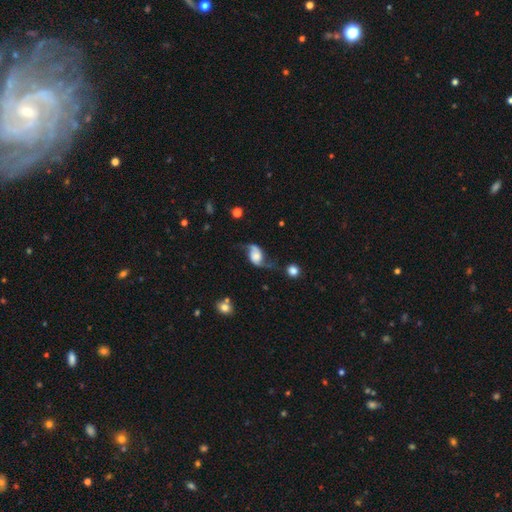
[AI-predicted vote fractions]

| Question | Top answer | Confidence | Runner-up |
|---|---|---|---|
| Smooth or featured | featured or disk | 81% | smooth (12%) |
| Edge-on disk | no | 96% | yes (4%) |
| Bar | no | 62% | weak (30%) |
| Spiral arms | yes | 95% | no (5%) |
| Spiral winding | loose | 78% | medium (17%) |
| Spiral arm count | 2 | 92% | 1 (3%) |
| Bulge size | moderate | 31% | large (26%) |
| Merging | none | 59% | minor disturbance (21%) |